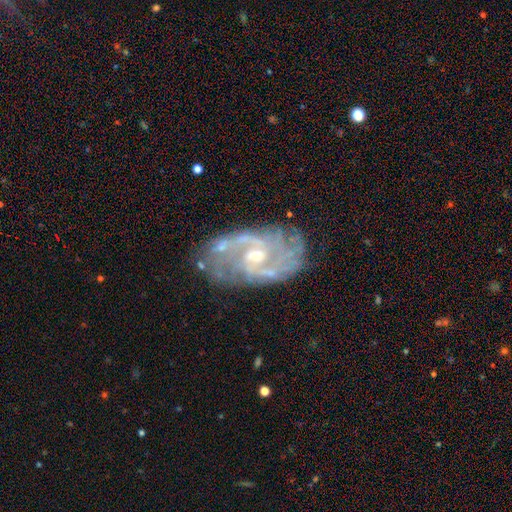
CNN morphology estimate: Smooth or featured? Predicted: featured or disk (p=0.85). Edge-on disk? Predicted: no (p=0.96). Bar? Predicted: weak (p=0.46). Spiral arms? Predicted: yes (p=0.93). Spiral winding? Predicted: medium (p=0.44). Spiral arm count? Predicted: 2 (p=0.45). Bulge size? Predicted: small (p=0.48). Merging? Predicted: none (p=0.70).